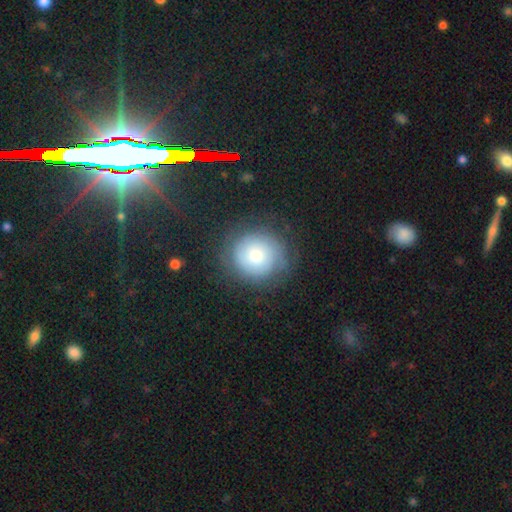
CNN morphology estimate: smooth 55%, featured or disk 35%, star or artifact 10%. Down the decision tree: how rounded — round (91%); merging — none (77%).